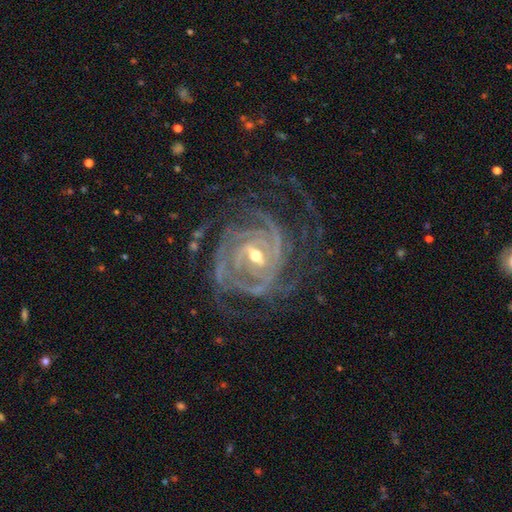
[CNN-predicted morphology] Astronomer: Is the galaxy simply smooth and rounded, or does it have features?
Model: featured or disk — 91%.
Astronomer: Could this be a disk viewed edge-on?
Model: no — 97%.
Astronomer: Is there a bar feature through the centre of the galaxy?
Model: strong — 45% (runner-up: weak, 39%).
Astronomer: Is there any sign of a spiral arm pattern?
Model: yes — 98%.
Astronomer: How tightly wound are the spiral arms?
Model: tight — 65%.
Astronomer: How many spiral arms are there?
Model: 4 — 22% (runner-up: can't tell, 20%).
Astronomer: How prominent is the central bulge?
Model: moderate — 58% (runner-up: small, 37%).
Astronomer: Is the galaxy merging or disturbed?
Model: none — 62%.